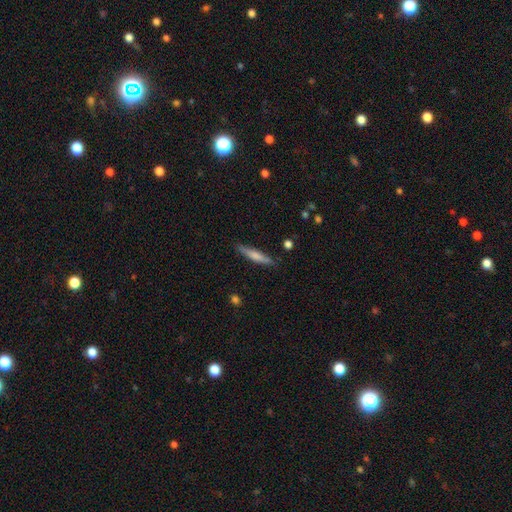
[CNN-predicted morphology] A smooth galaxy with no disk features (64%) that is cigar-shaped (89%).

Vote fractions:
- Smooth or featured? smooth: 64% / featured or disk: 30% / star or artifact: 6%
- How rounded? cigar-shaped: 89% / in between: 9% / round: 1%
- Merging? none: 86% / minor disturbance: 11% / major disturbance: 2% / merger: 2%